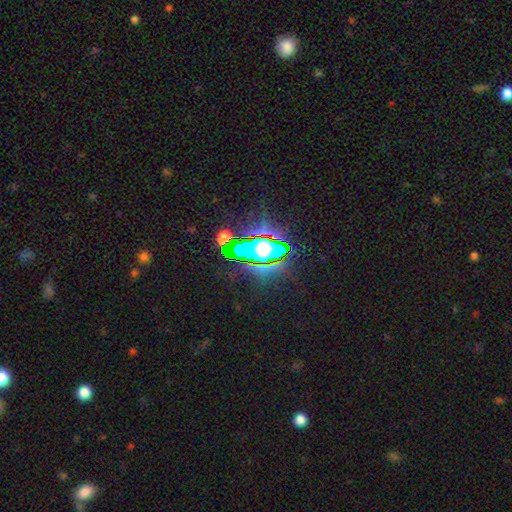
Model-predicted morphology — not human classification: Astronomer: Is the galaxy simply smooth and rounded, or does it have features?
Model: star or artifact — 64%.